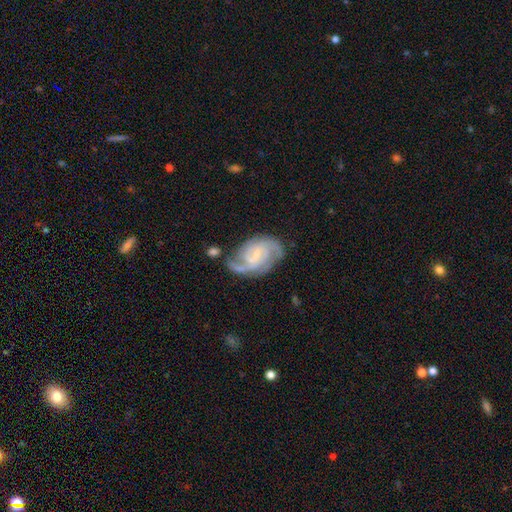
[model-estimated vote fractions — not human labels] Q: Smooth or featured?
A: featured or disk (89%); runner-up: smooth (7%)
Q: Edge-on disk?
A: no (98%); runner-up: yes (2%)
Q: Bar?
A: weak (48%); runner-up: no (41%)
Q: Spiral arms?
A: yes (97%); runner-up: no (3%)
Q: Spiral winding?
A: medium (46%); runner-up: tight (43%)
Q: Spiral arm count?
A: 2 (54%); runner-up: 3 (23%)
Q: Bulge size?
A: small (71%); runner-up: moderate (19%)
Q: Merging?
A: none (64%); runner-up: minor disturbance (21%)